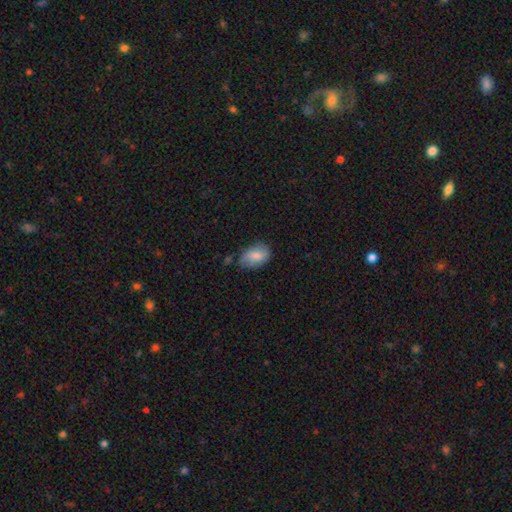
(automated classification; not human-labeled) Smooth or featured: smooth — 80% (featured or disk — 13%)
How rounded: in between — 88% (round — 10%)
Merging: none — 63% (minor disturbance — 28%)